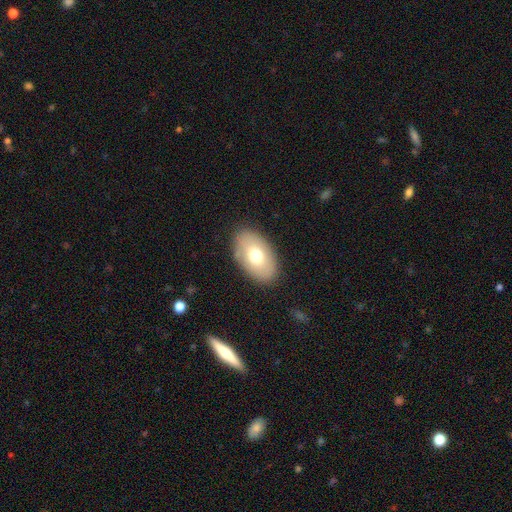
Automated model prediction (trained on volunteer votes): Q: Smooth or featured?
A: smooth (69%); runner-up: featured or disk (24%)
Q: How rounded?
A: in between (92%); runner-up: round (7%)
Q: Merging?
A: none (85%); runner-up: minor disturbance (11%)